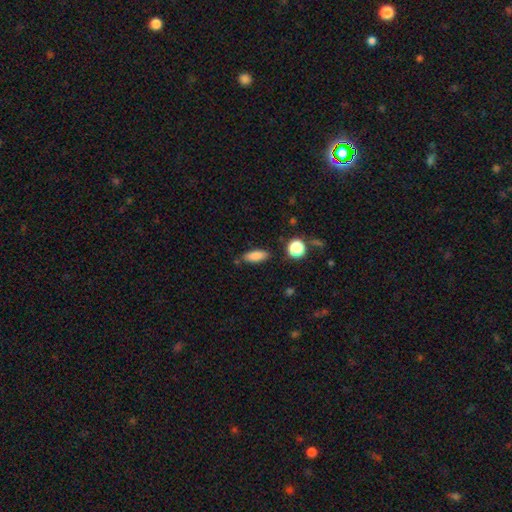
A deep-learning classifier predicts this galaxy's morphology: A smooth galaxy with no disk features (84%) that is in between round and cigar-shaped (74%).

Vote fractions:
- Smooth or featured? smooth: 84% / star or artifact: 9% / featured or disk: 7%
- How rounded? in between: 74% / cigar-shaped: 22% / round: 4%
- Merging? none: 80% / minor disturbance: 13% / merger: 4% / major disturbance: 3%